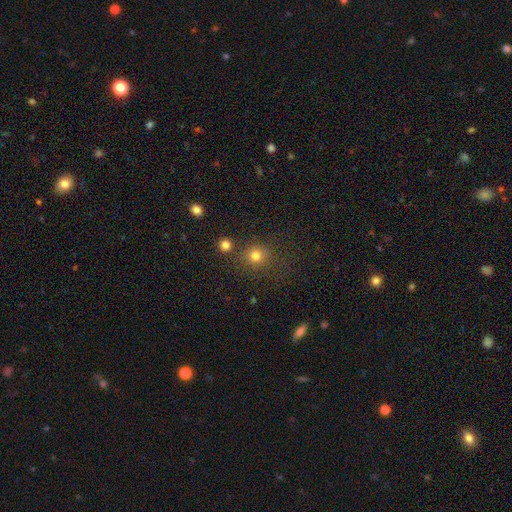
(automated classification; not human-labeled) Smooth or featured? Predicted: smooth (p=0.78). How rounded? Predicted: round (p=0.89). Merging? Predicted: none (p=0.75).